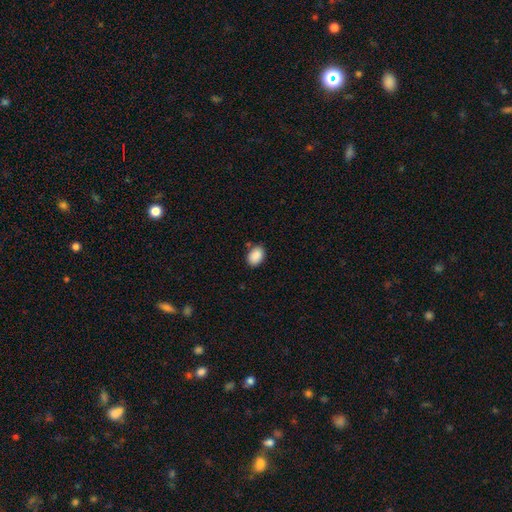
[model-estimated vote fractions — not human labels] Overall: smooth (90%). How rounded: in between (78%). Merging: none (81%).